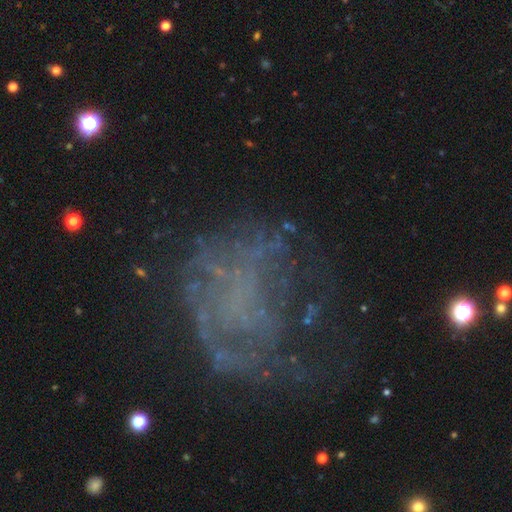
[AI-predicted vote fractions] Smooth or featured? Predicted: featured or disk (p=0.61). Edge-on disk? Predicted: no (p=0.98). Bar? Predicted: no (p=0.86). Spiral arms? Predicted: no (p=0.69). Bulge size? Predicted: none (p=0.73). Merging? Predicted: none (p=0.44).